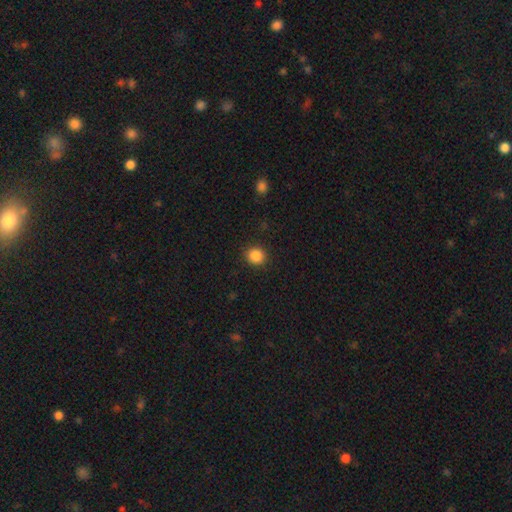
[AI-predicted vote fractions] Q: Smooth or featured?
A: smooth (86%); runner-up: star or artifact (10%)
Q: How rounded?
A: round (89%); runner-up: in between (10%)
Q: Merging?
A: none (91%); runner-up: minor disturbance (6%)